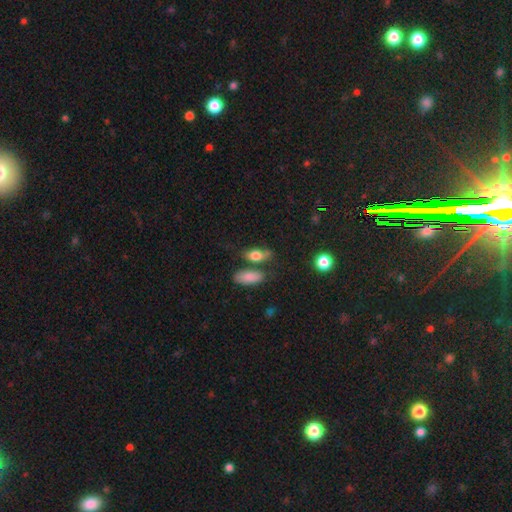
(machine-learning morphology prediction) Smooth or featured?
  - smooth: 77% *
  - featured or disk: 14%
  - star or artifact: 9%
How rounded?
  - in between: 76% *
  - cigar-shaped: 12%
  - round: 12%
Merging?
  - none: 55% *
  - minor disturbance: 19%
  - merger: 18%
  - major disturbance: 8%